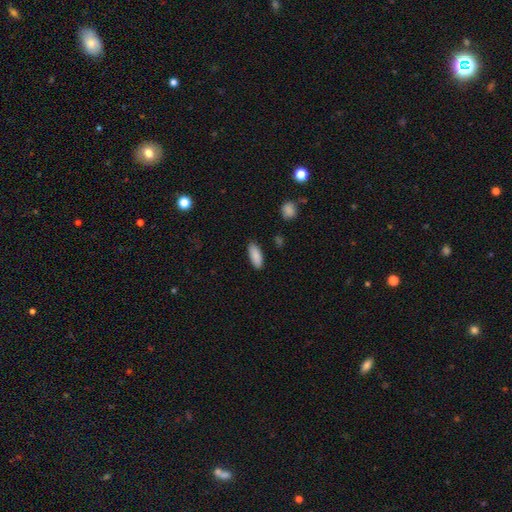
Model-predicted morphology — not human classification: smooth 89%, star or artifact 6%, featured or disk 5%. Down the decision tree: how rounded — in between (79%); merging — none (88%).